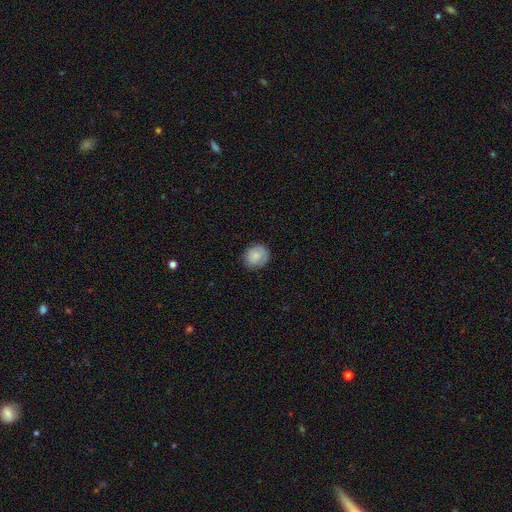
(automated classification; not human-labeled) Smooth or featured? smooth (82%)
How rounded? round (72%)
Merging? none (82%)